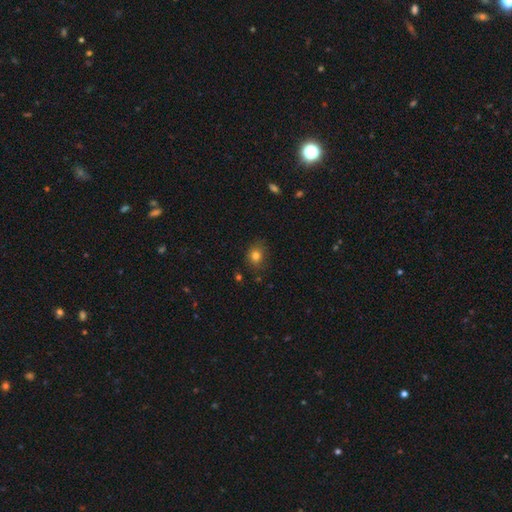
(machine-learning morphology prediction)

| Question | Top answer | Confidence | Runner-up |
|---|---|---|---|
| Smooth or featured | smooth | 80% | star or artifact (13%) |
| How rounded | round | 63% | in between (36%) |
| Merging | none | 79% | minor disturbance (16%) |